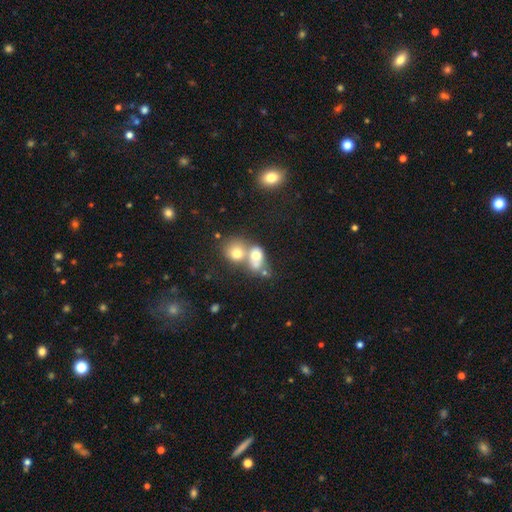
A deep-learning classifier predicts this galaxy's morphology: This appears to be a smooth galaxy with no disk features (67%) that is in between round and cigar-shaped (49%, tied with round). Merging: merger (67%).